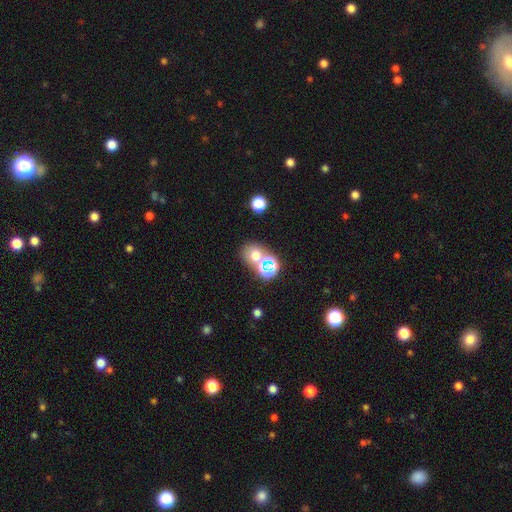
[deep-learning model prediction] The model was most divided on "merging": none: 56%, merger: 30%, minor disturbance: 9%, major disturbance: 5%. More confident: how rounded — round (68%); smooth or featured — smooth (59%).